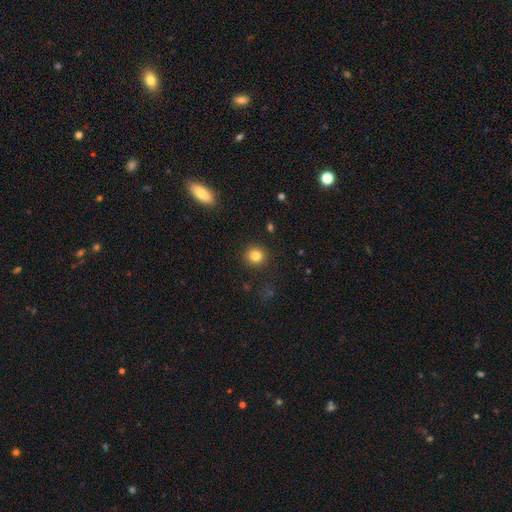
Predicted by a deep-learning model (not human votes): The model was most divided on "smooth or featured": smooth: 82%, star or artifact: 12%, featured or disk: 6%. More confident: how rounded — round (91%); merging — none (90%).